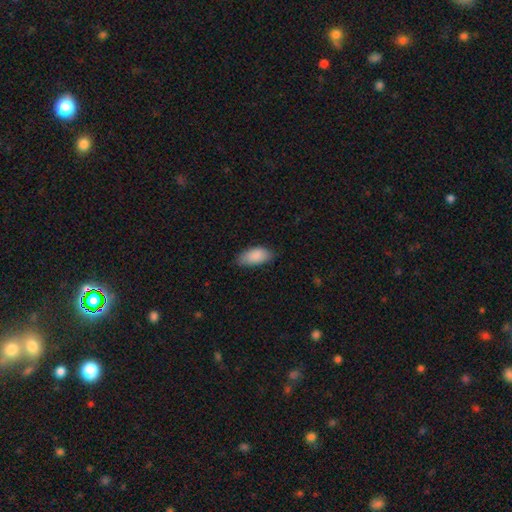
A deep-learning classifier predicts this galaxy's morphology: A smooth galaxy with no disk features (88%) that is in between round and cigar-shaped (93%). Merging: none (72%).